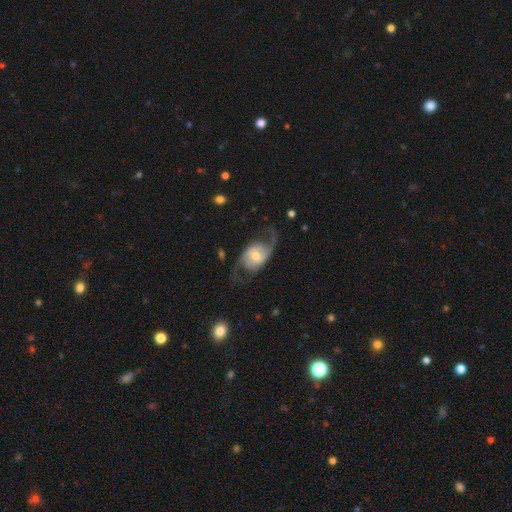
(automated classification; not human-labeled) Smooth or featured: featured or disk — 79% (smooth — 16%)
Edge-on disk: no — 96% (yes — 4%)
Bar: no — 55% (weak — 34%)
Spiral arms: yes — 93% (no — 7%)
Spiral winding: loose — 70% (medium — 24%)
Spiral arm count: 2 — 89% (1 — 5%)
Bulge size: moderate — 60% (small — 30%)
Merging: none — 58% (major disturbance — 22%)